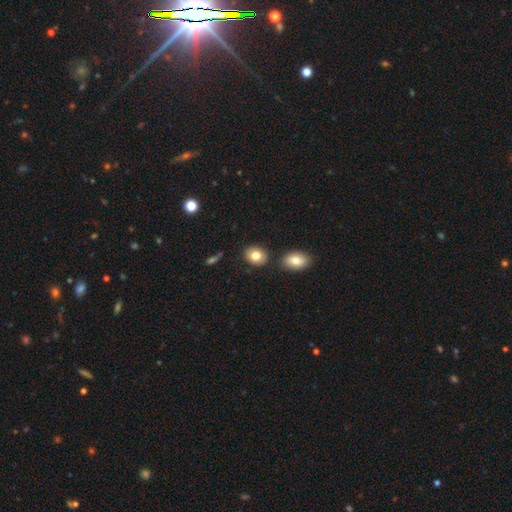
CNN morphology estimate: Smooth or featured: smooth — 80% (featured or disk — 11%)
How rounded: in between — 56% (round — 43%)
Merging: none — 79% (minor disturbance — 9%)